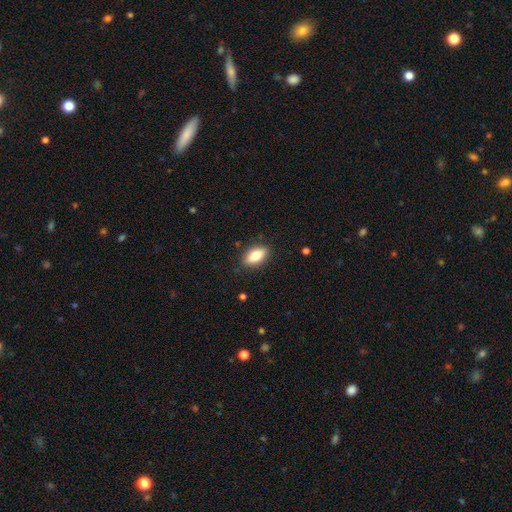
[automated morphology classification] Q: Smooth or featured?
A: smooth (78%); runner-up: featured or disk (16%)
Q: How rounded?
A: in between (86%); runner-up: cigar-shaped (9%)
Q: Merging?
A: none (87%); runner-up: minor disturbance (10%)